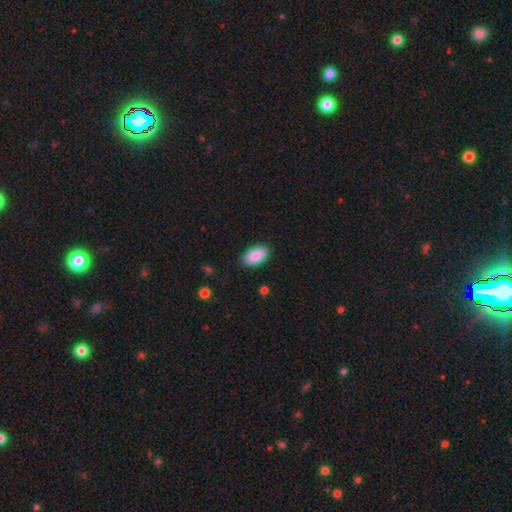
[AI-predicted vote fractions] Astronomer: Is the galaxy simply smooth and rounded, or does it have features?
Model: smooth — 89%.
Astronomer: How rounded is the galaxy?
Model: in between — 95%.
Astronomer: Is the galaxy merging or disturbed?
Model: none — 87%.